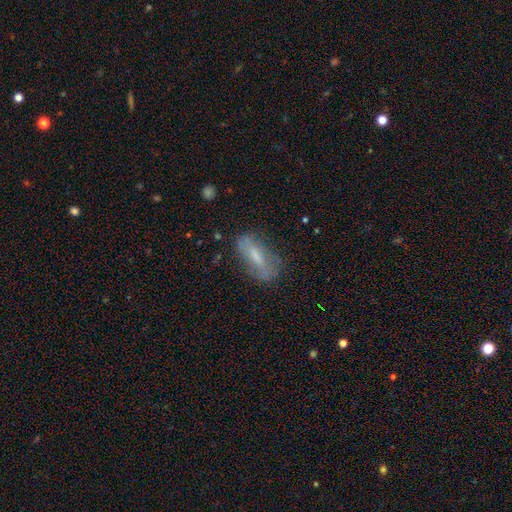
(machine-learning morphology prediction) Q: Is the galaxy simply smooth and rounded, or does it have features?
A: smooth — 54%.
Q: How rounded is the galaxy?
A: in between — 68%.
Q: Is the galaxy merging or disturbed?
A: none — 67%.